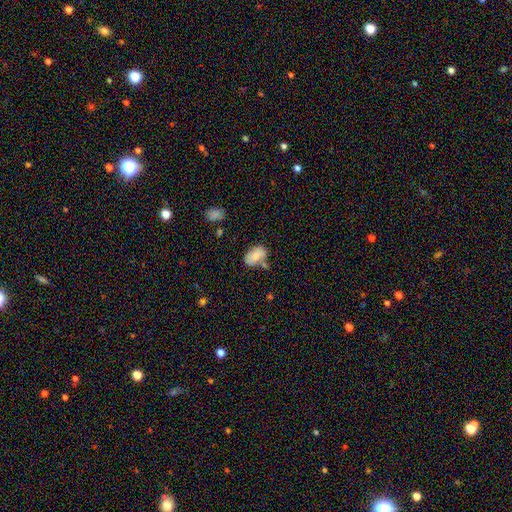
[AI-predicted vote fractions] Smooth or featured? Predicted: smooth (p=0.81). How rounded? Predicted: in between (p=0.91). Merging? Predicted: none (p=0.55).